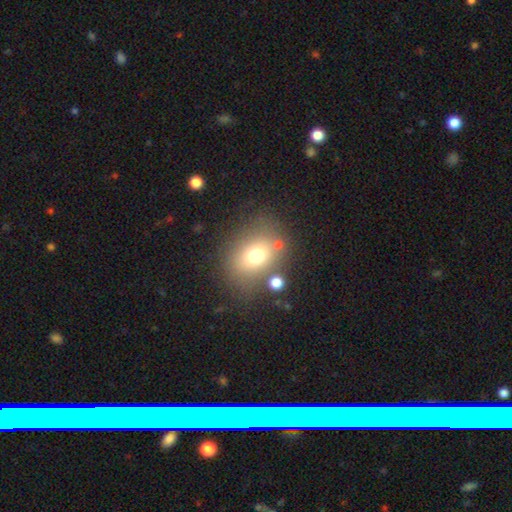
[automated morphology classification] smooth-or-featured: smooth: 71% | featured or disk: 15% | star or artifact: 14%
  how-rounded: in between: 57% | round: 41% | cigar-shaped: 1%
  merging: none: 72% | minor disturbance: 13% | merger: 8% | major disturbance: 7%